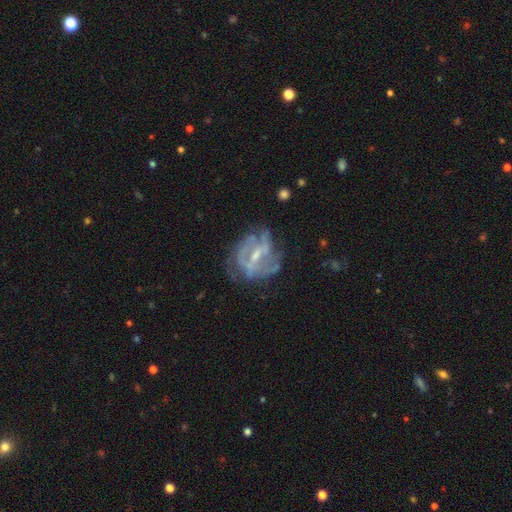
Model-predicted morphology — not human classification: Smooth or featured: featured or disk — 78% (smooth — 13%)
Edge-on disk: no — 97% (yes — 3%)
Bar: weak — 46% (no — 27%)
Spiral arms: yes — 65% (no — 35%)
Bulge size: small — 49% (moderate — 40%)
Merging: none — 51% (minor disturbance — 23%)